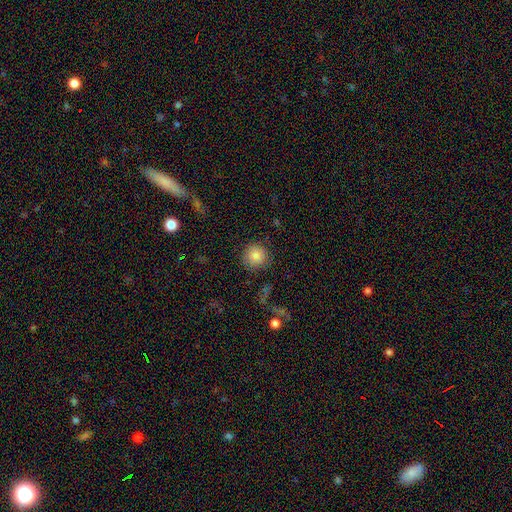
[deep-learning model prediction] Smooth or featured?
  - smooth: 84% *
  - star or artifact: 10%
  - featured or disk: 7%
How rounded?
  - round: 94% *
  - in between: 5%
  - cigar-shaped: 1%
Merging?
  - none: 87% *
  - minor disturbance: 8%
  - major disturbance: 3%
  - merger: 2%